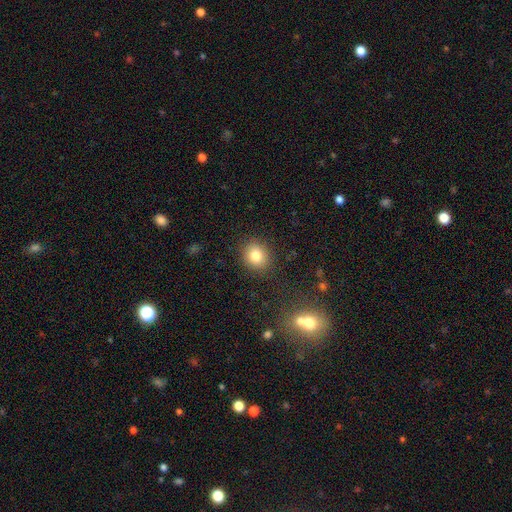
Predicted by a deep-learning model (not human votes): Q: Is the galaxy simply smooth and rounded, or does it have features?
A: smooth — 81%.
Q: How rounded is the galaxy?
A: round — 71%.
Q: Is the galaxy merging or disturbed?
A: none — 88%.